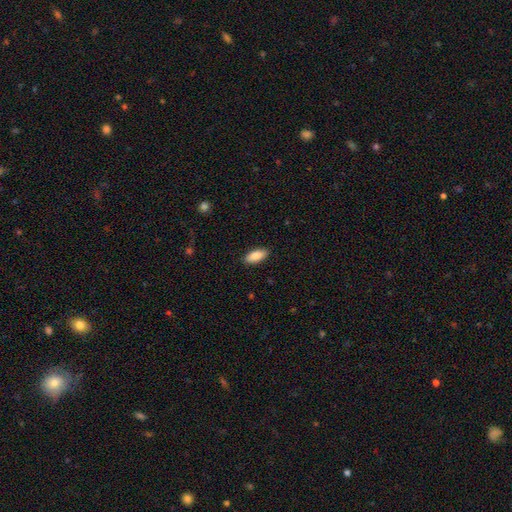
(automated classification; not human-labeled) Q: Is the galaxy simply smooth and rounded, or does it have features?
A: smooth — 89%.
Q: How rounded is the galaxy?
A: in between — 85%.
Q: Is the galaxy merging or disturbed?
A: none — 89%.